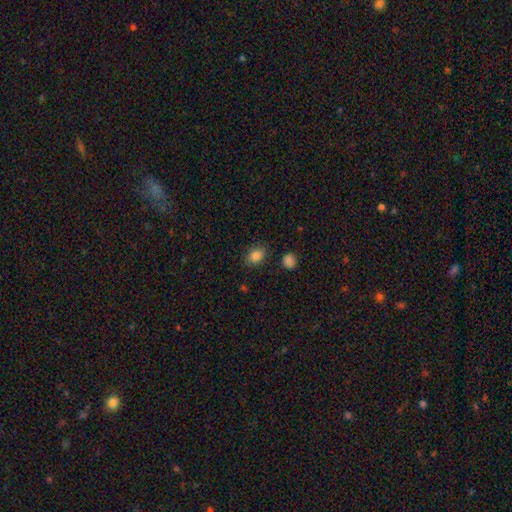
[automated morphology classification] Overall: smooth (85%). How rounded: in between (64%; round 35%). Merging: none (81%).